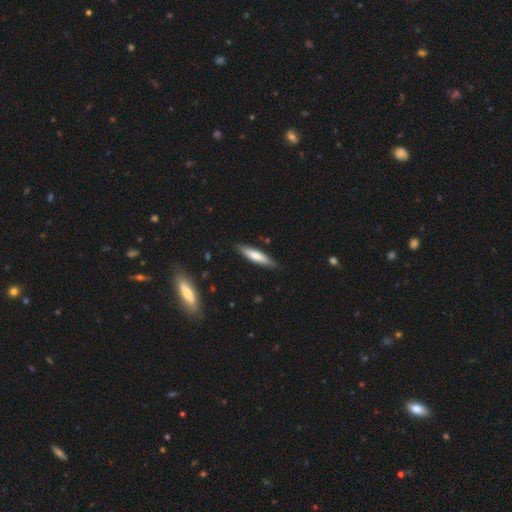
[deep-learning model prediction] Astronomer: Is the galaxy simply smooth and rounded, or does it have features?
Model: smooth — 66%.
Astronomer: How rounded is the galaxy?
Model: cigar-shaped — 82%.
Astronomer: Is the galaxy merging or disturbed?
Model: none — 87%.